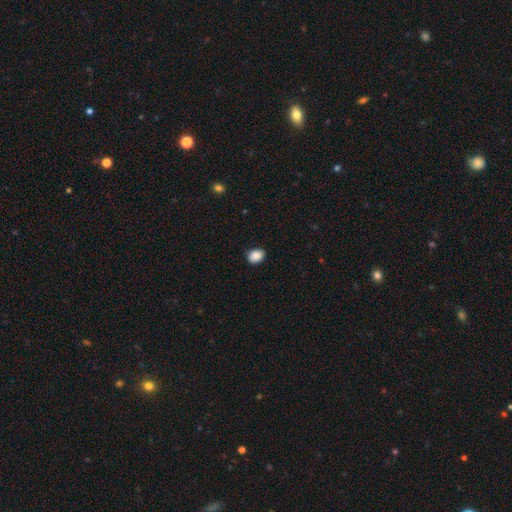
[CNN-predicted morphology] Smooth or featured? smooth (89%)
How rounded? in between (70%)
Merging? none (85%)